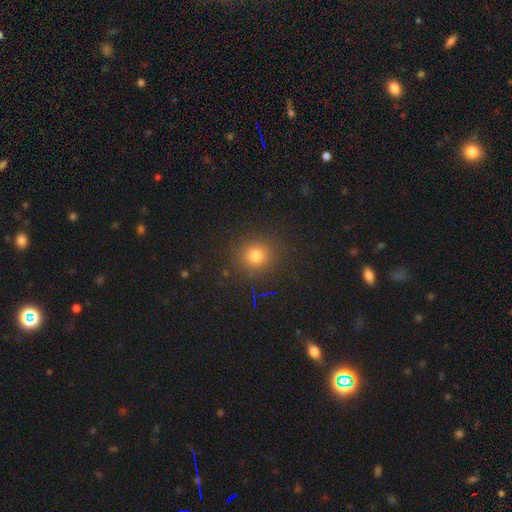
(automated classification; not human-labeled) Morphology: type=smooth (76%); roundness=round (86%); merging=none (88%).